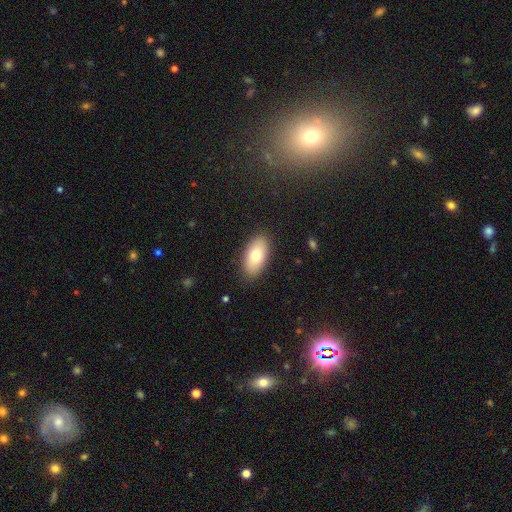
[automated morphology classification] Smooth or featured? smooth (75%)
How rounded? in between (93%)
Merging? none (87%)